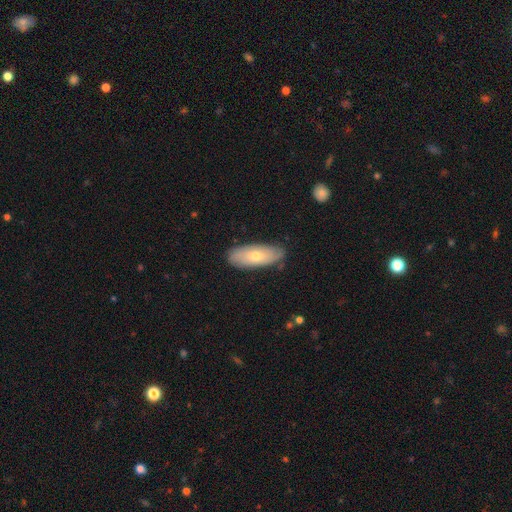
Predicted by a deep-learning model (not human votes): smooth 60%, featured or disk 34%, star or artifact 6%. Down the decision tree: how rounded — in between (76%); merging — none (82%).